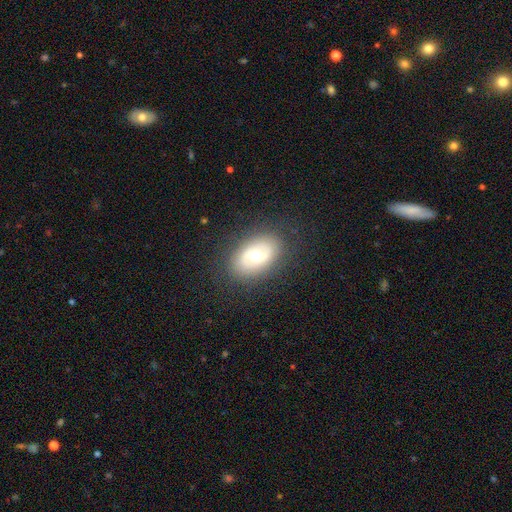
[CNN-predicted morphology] type=featured or disk (59%); edge-on=no (93%); bar=no (55%); spiral arms=no (58%); bulge=moderate (72%); merging=none (82%).